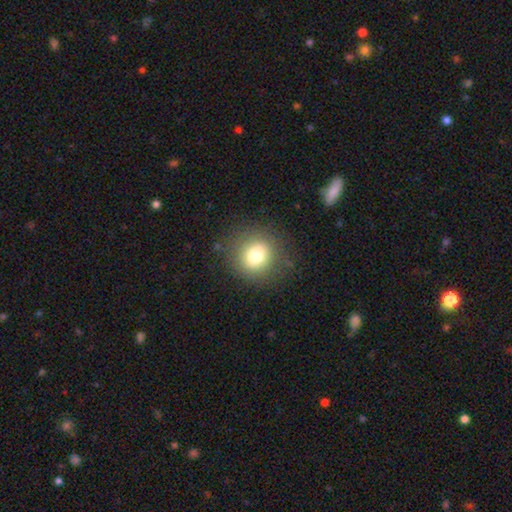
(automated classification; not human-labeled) A smooth galaxy with no disk features (75%) that is round (91%).

Vote fractions:
- Smooth or featured? smooth: 75% / star or artifact: 13% / featured or disk: 12%
- How rounded? round: 91% / in between: 8% / cigar-shaped: 1%
- Merging? none: 85% / minor disturbance: 9% / major disturbance: 5% / merger: 1%